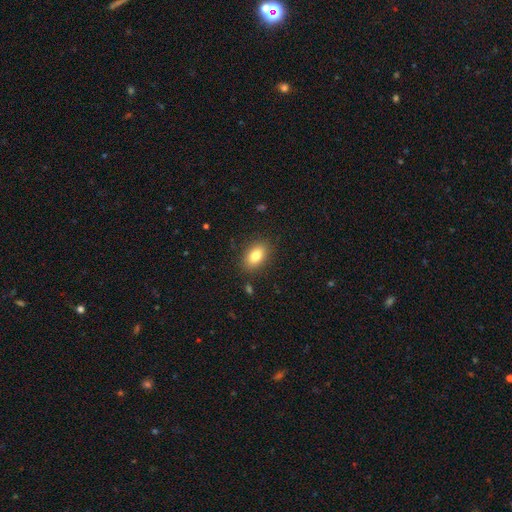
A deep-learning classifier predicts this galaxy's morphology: A smooth galaxy with no disk features (82%) that is in between round and cigar-shaped (89%). Merging: none (86%).